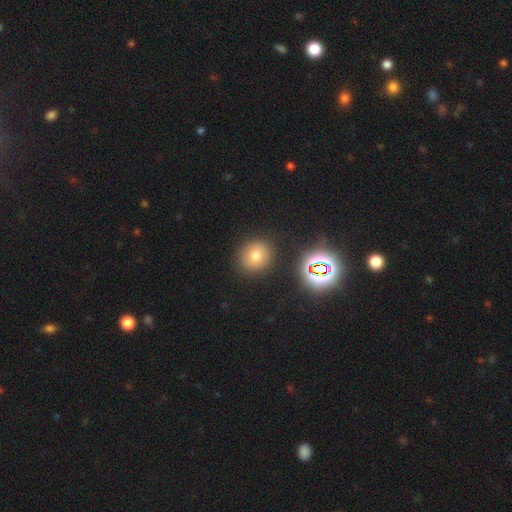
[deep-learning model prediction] Overall: smooth (61%; star or artifact 27%). How rounded: round (85%). Merging: none (89%).